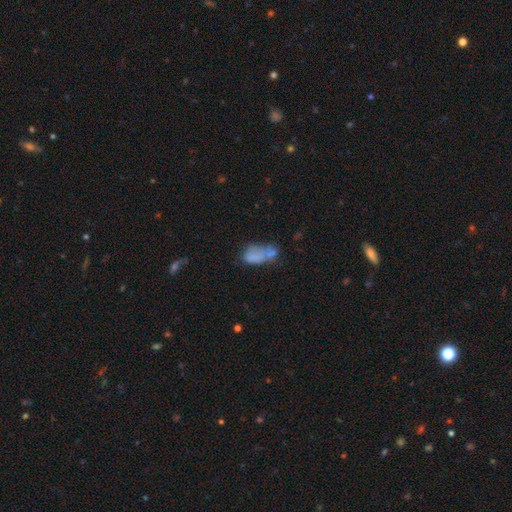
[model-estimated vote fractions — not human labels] smooth_or_featured: smooth (p=0.61) [alt: featured or disk p=0.26]
how_rounded: in between (p=0.87) [alt: round p=0.07]
merging: merger (p=0.30) [alt: none p=0.27]